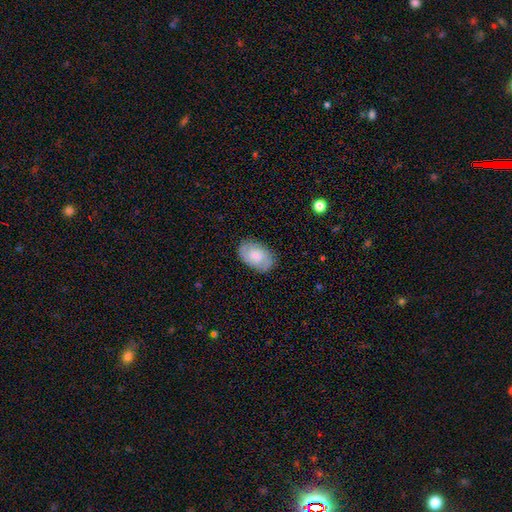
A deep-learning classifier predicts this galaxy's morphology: A smooth galaxy with no disk features (56%) that is in between round and cigar-shaped (90%). Merging: none (82%).